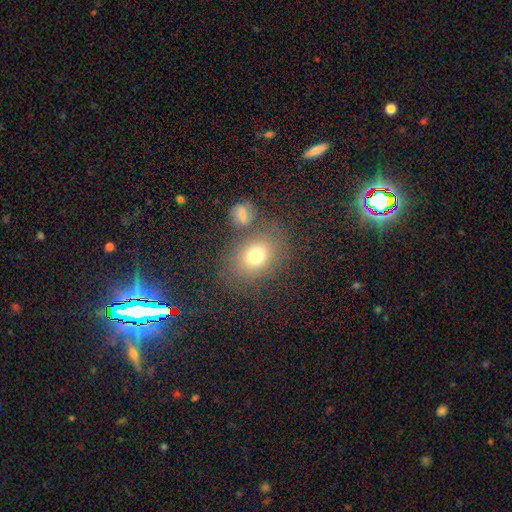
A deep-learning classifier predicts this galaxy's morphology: Smooth or featured? smooth (73%)
How rounded? in between (53%)
Merging? none (69%)